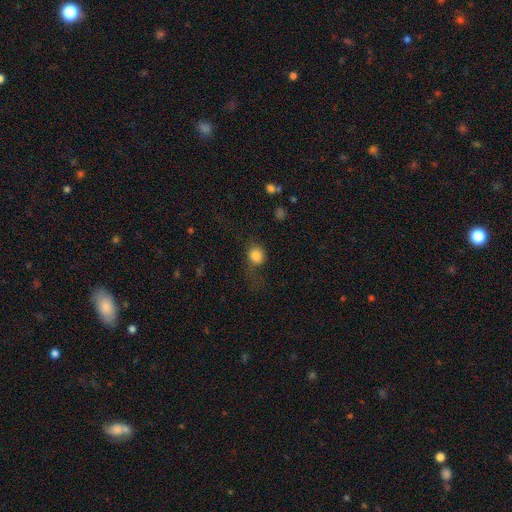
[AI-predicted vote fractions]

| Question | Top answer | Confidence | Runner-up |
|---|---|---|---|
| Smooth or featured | smooth | 82% | star or artifact (10%) |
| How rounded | round | 71% | in between (28%) |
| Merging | none | 50% | major disturbance (24%) |